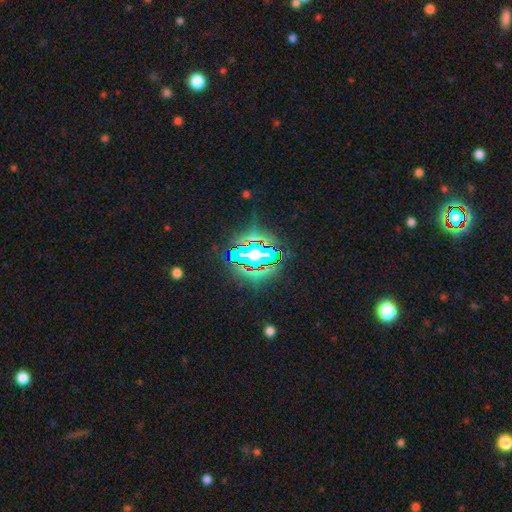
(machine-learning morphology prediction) Smooth or featured? Predicted: star or artifact (p=0.69).